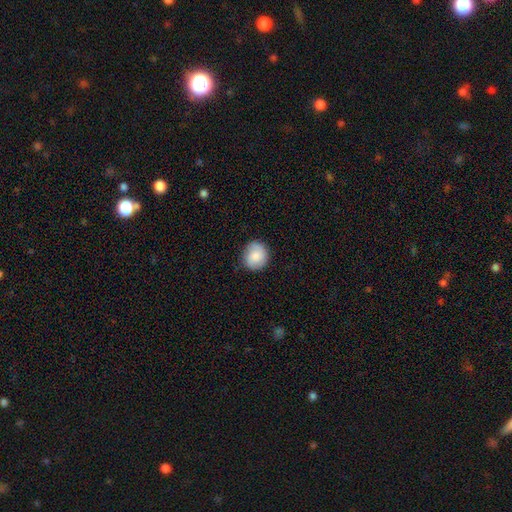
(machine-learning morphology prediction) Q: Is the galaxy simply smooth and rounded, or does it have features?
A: smooth — 74%.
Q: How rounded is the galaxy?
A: round — 83%.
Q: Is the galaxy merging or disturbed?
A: none — 82%.